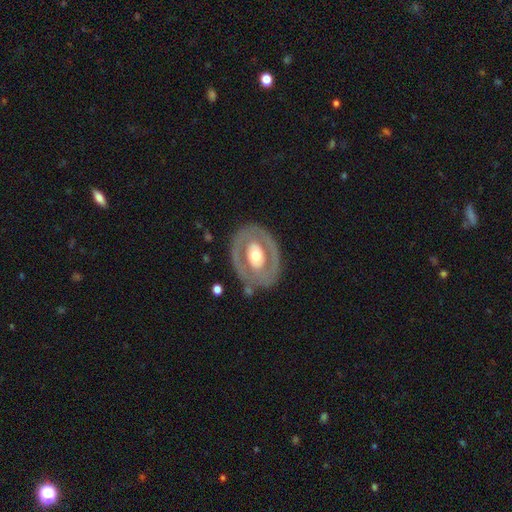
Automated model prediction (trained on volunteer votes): Smooth or featured?
  - featured or disk: 65% *
  - smooth: 31%
  - star or artifact: 4%
Edge-on disk?
  - no: 94% *
  - yes: 6%
Bar?
  - no: 69% *
  - weak: 19%
  - strong: 12%
Spiral arms?
  - no: 75% *
  - yes: 25%
Bulge size?
  - moderate: 62% *
  - large: 27%
  - small: 8%
  - dominant: 2%
  - none: 1%
Merging?
  - none: 76% *
  - minor disturbance: 14%
  - major disturbance: 7%
  - merger: 2%